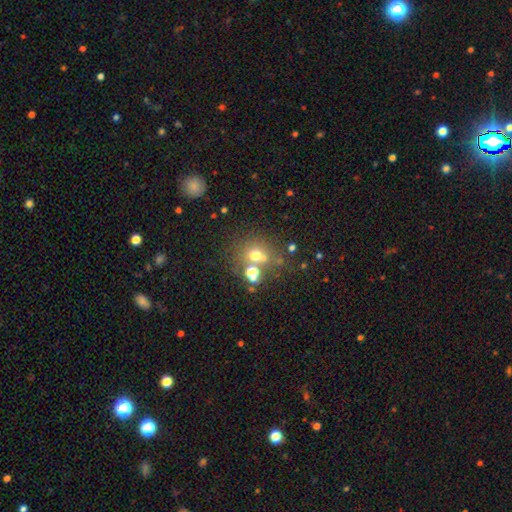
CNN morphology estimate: The model was most divided on "merging": none: 55%, merger: 28%, minor disturbance: 10%, major disturbance: 6%. More confident: how rounded — round (80%); smooth or featured — smooth (60%).